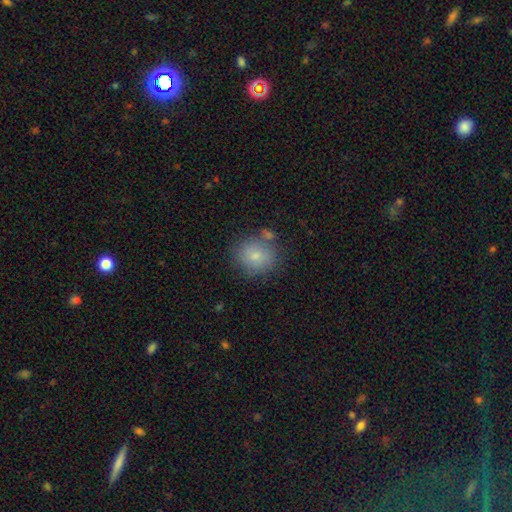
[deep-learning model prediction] Smooth or featured?
  - smooth: 80% *
  - featured or disk: 10%
  - star or artifact: 10%
How rounded?
  - round: 82% *
  - in between: 17%
  - cigar-shaped: 1%
Merging?
  - none: 73% *
  - minor disturbance: 13%
  - merger: 10%
  - major disturbance: 4%